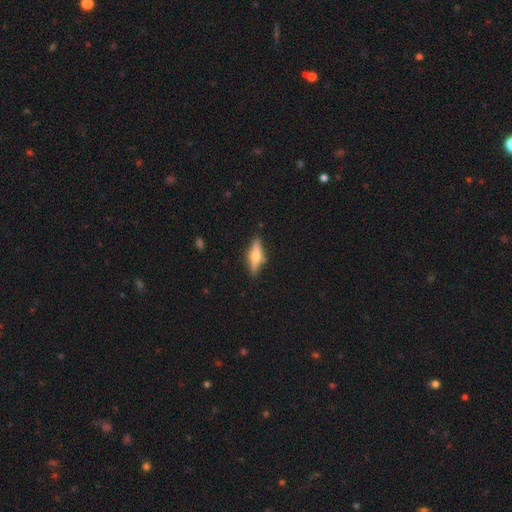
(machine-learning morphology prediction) Smooth or featured?
  - featured or disk: 57% *
  - smooth: 37%
  - star or artifact: 7%
Edge-on disk?
  - yes: 95% *
  - no: 5%
Edge-on bulge?
  - rounded: 90% *
  - boxy: 7%
  - none: 4%
Merging?
  - none: 85% *
  - minor disturbance: 11%
  - major disturbance: 2%
  - merger: 2%